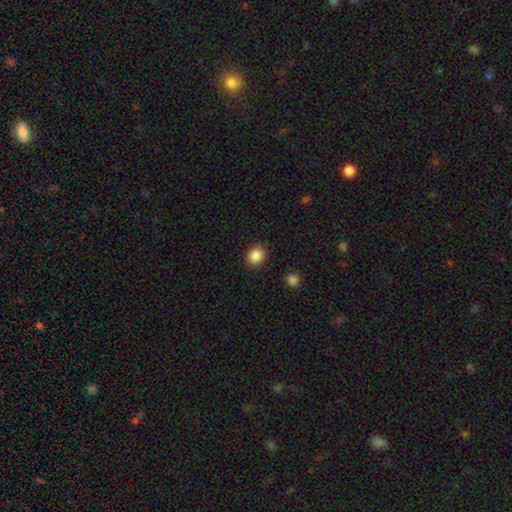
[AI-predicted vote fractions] Smooth or featured? smooth (87%)
How rounded? round (68%)
Merging? none (90%)